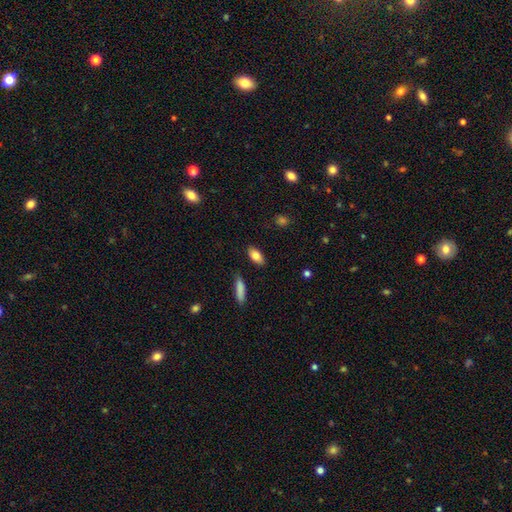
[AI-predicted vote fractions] Smooth or featured? Predicted: smooth (p=0.81). How rounded? Predicted: in between (p=0.87). Merging? Predicted: none (p=0.87).